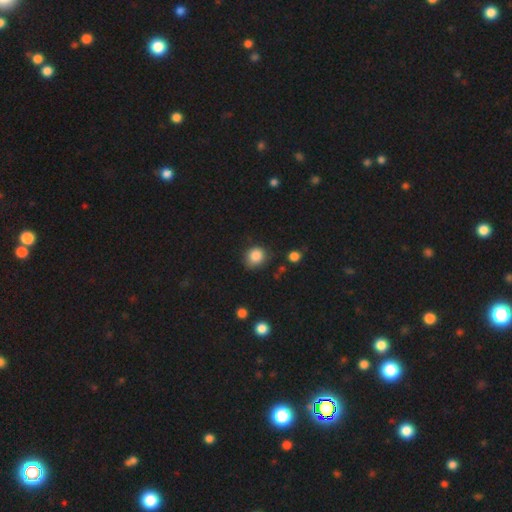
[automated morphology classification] Overall: smooth (84%). How rounded: round (74%). Merging: none (71%).